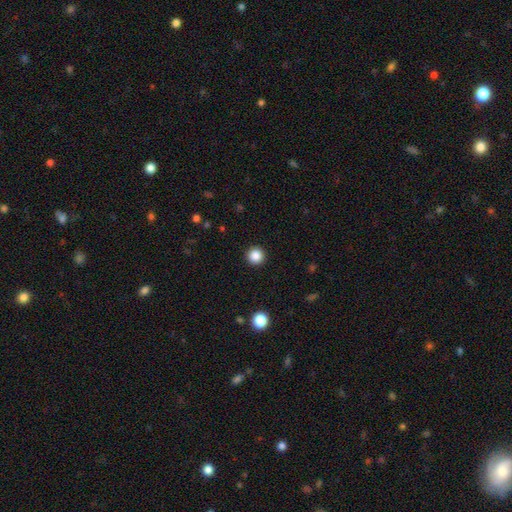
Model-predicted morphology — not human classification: Smooth or featured?
  - smooth: 85% *
  - star or artifact: 11%
  - featured or disk: 4%
How rounded?
  - round: 96% *
  - in between: 3%
  - cigar-shaped: 1%
Merging?
  - none: 93% *
  - minor disturbance: 4%
  - major disturbance: 2%
  - merger: 1%